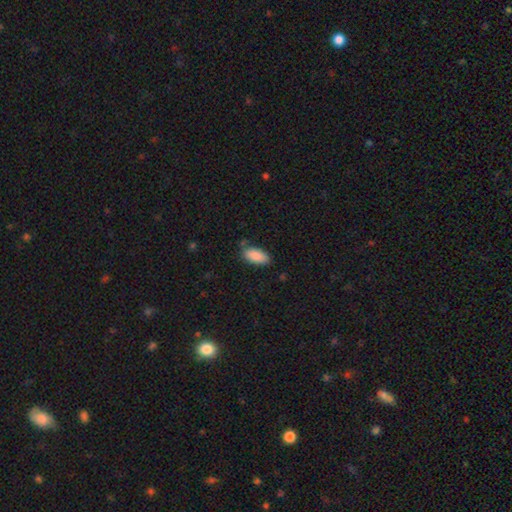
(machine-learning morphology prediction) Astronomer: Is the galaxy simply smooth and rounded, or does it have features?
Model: smooth — 89%.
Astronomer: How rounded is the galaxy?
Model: in between — 90%.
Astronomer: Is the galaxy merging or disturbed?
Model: none — 75%.